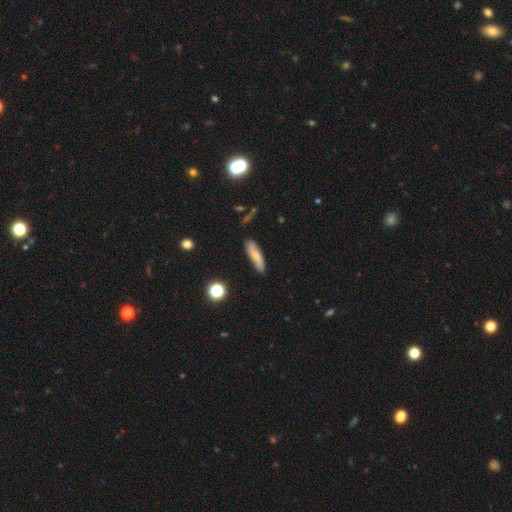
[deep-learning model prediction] smooth_or_featured: smooth (p=0.61) [alt: featured or disk p=0.31]
how_rounded: cigar-shaped (p=0.61) [alt: in between p=0.36]
merging: none (p=0.78) [alt: minor disturbance p=0.17]